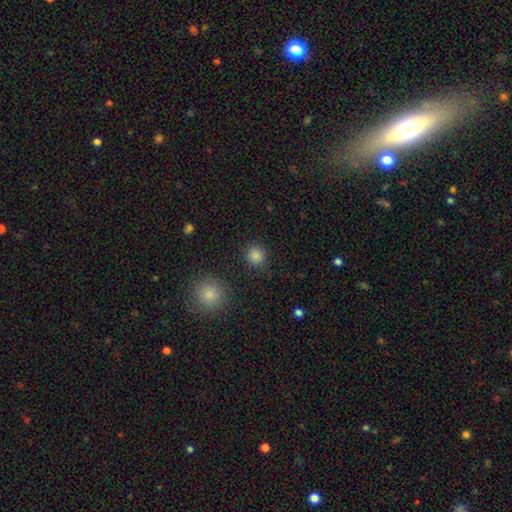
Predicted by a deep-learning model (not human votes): This is clearly a smooth galaxy (86%). How rounded: clearly round (87%). Merging: clearly none (88%).